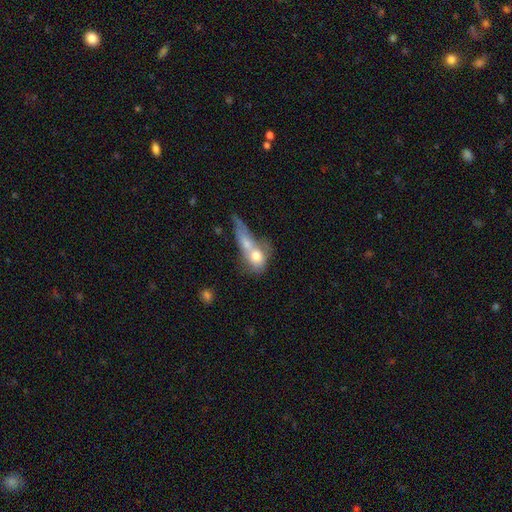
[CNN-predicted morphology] A smooth galaxy with no disk features (68%) that is in between round and cigar-shaped (51%). Merging: merger (67%).